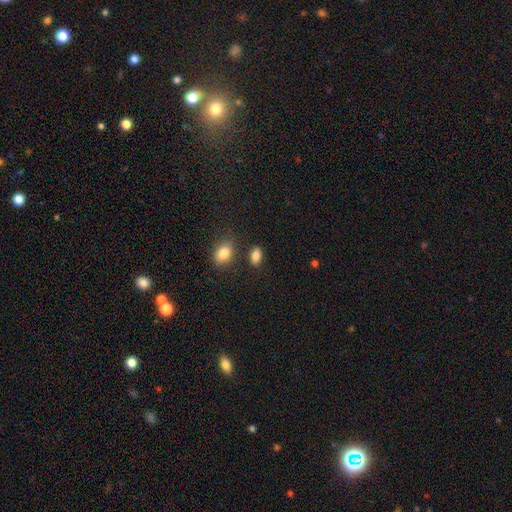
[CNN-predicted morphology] Smooth or featured: smooth — 86% (star or artifact — 9%)
How rounded: in between — 88% (round — 8%)
Merging: none — 79% (minor disturbance — 12%)